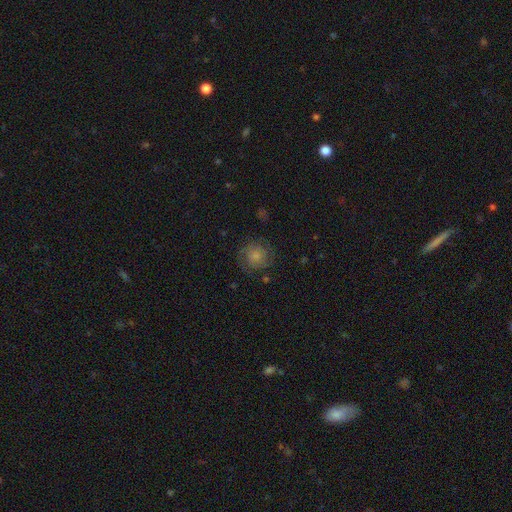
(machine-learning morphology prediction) The model was most divided on "smooth or featured": smooth: 55%, featured or disk: 35%, star or artifact: 9%. More confident: how rounded — round (88%); merging — none (73%).